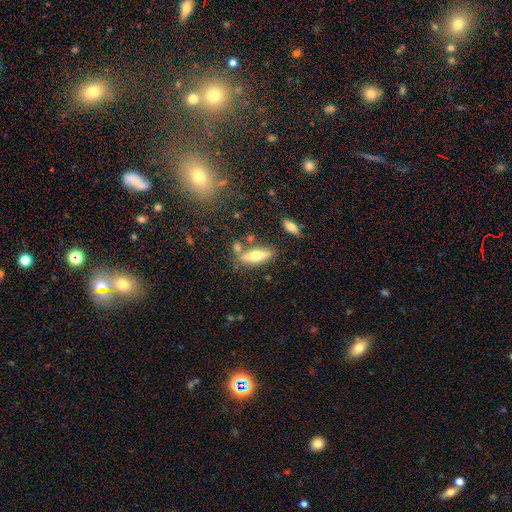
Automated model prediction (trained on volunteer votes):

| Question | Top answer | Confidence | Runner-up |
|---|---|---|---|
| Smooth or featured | smooth | 48% | featured or disk (44%) |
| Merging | none | 70% | minor disturbance (14%) |